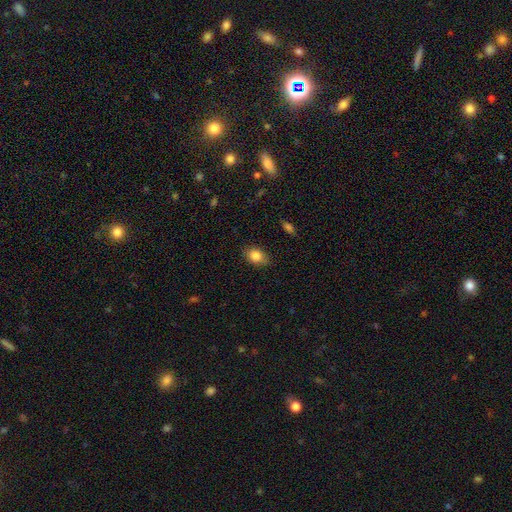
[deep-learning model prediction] Smooth or featured?
  - smooth: 85% *
  - star or artifact: 9%
  - featured or disk: 6%
How rounded?
  - in between: 74% *
  - round: 25%
  - cigar-shaped: 1%
Merging?
  - none: 81% *
  - minor disturbance: 15%
  - major disturbance: 3%
  - merger: 1%